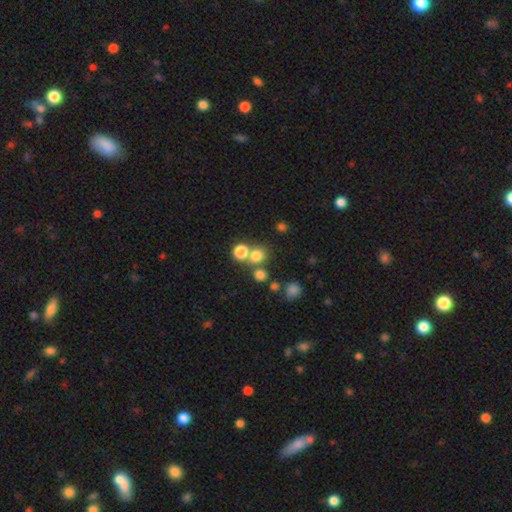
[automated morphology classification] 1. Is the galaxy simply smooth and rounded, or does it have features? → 73% smooth, 19% star or artifact, 8% featured or disk.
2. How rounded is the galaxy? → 86% round, 13% in between, 1% cigar-shaped.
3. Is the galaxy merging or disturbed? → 61% none, 28% merger, 7% minor disturbance, 4% major disturbance.